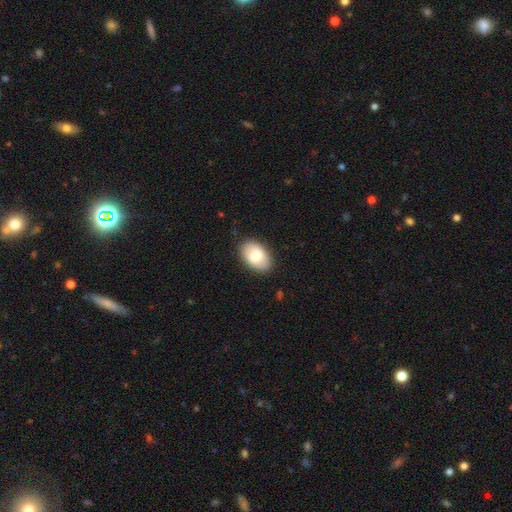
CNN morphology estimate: Smooth or featured: smooth — 79% (featured or disk — 15%)
How rounded: in between — 92% (round — 7%)
Merging: none — 86% (minor disturbance — 10%)